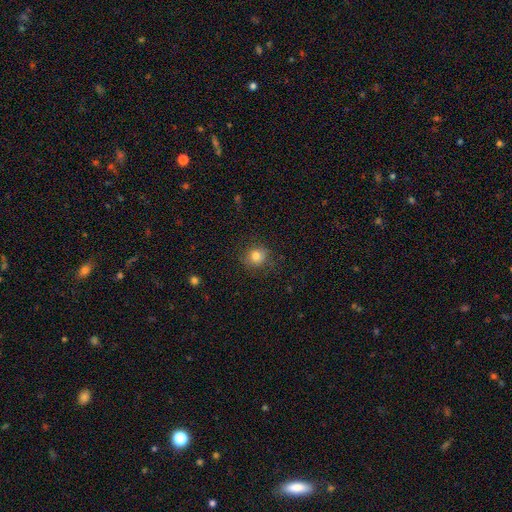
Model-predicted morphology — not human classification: Smooth or featured? smooth (80%)
How rounded? round (86%)
Merging? none (83%)